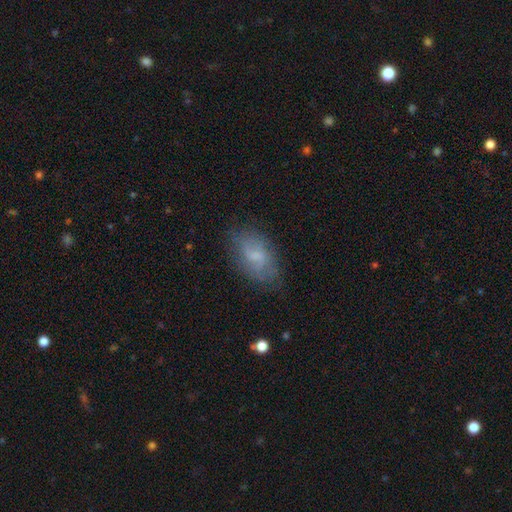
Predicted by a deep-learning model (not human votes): Smooth or featured? smooth (53%)
How rounded? in between (91%)
Merging? none (68%)